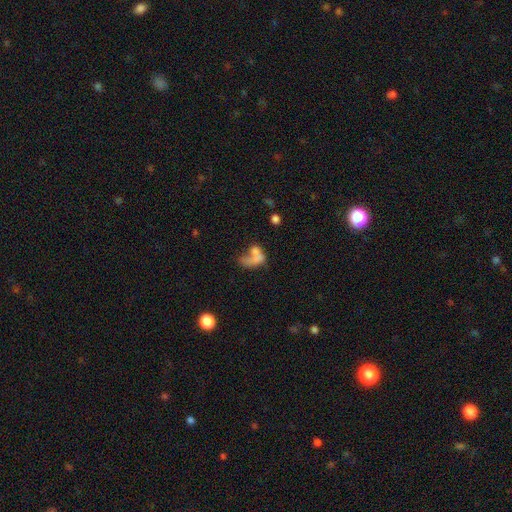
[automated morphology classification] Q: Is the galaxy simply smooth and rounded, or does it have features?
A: smooth — 57%.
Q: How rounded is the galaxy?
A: in between — 77%.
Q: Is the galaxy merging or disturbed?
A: merger — 40%.